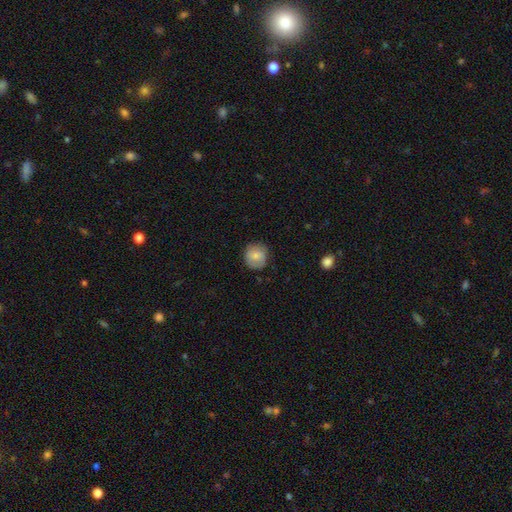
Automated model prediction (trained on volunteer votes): A smooth galaxy with no disk features (76%) that is round (87%).

Vote fractions:
- Smooth or featured? smooth: 76% / featured or disk: 16% / star or artifact: 8%
- How rounded? round: 87% / in between: 12% / cigar-shaped: 1%
- Merging? none: 79% / minor disturbance: 16% / major disturbance: 4% / merger: 1%